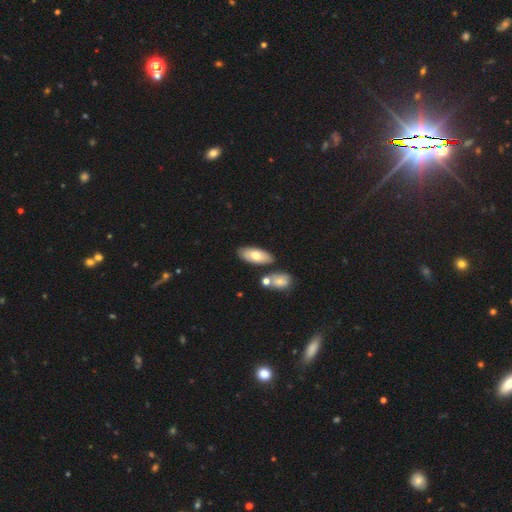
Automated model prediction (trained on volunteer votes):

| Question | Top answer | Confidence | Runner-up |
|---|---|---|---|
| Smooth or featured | smooth | 66% | featured or disk (28%) |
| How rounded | in between | 86% | cigar-shaped (11%) |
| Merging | none | 74% | minor disturbance (12%) |